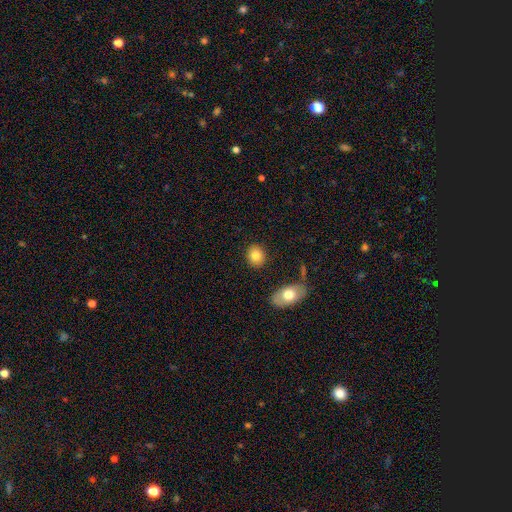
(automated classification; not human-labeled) Morphology: type=smooth (82%); roundness=round (64%); merging=none (86%).